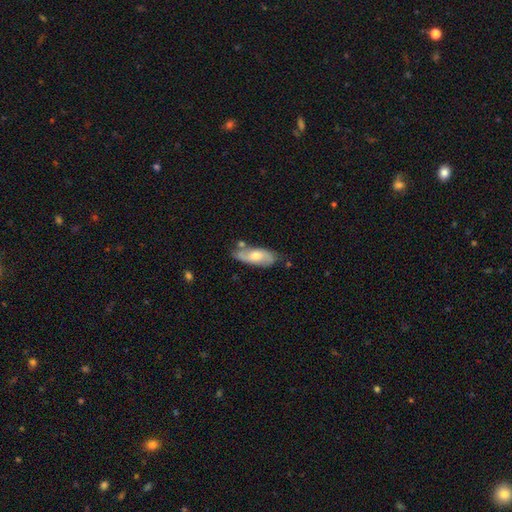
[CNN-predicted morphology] Smooth or featured? featured or disk (51%)
Edge-on disk? no (82%)
Merging? none (70%)